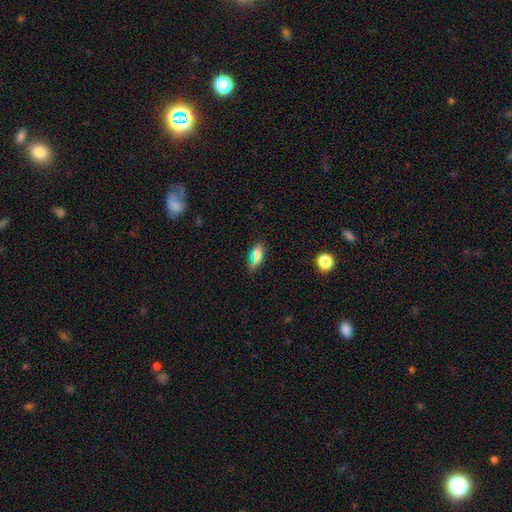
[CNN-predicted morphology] smooth 69%, featured or disk 16%, star or artifact 15%. Down the decision tree: how rounded — in between (79%); merging — none (74%).